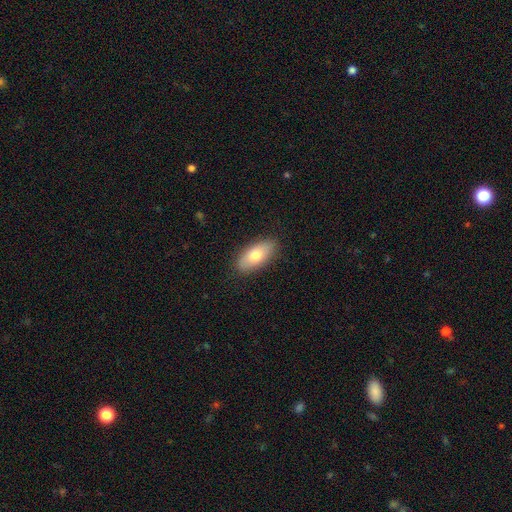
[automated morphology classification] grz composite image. It shows a smooth galaxy with no disk features (73%) that is in between round and cigar-shaped (86%). Merging: none (87%).